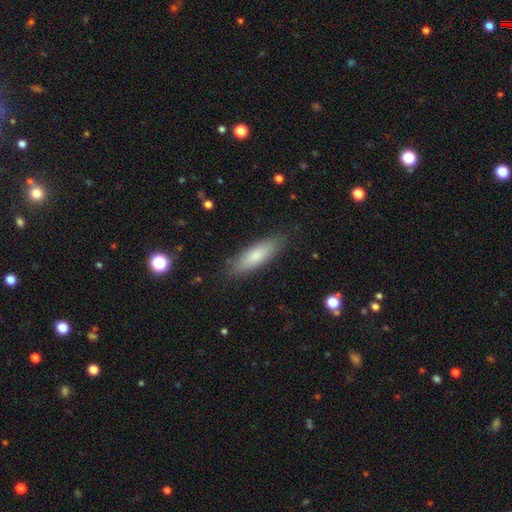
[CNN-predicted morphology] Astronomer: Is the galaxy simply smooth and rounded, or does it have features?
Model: smooth — 77%.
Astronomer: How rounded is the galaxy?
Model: cigar-shaped — 50% (runner-up: in between, 49%).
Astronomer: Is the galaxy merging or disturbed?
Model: none — 86%.